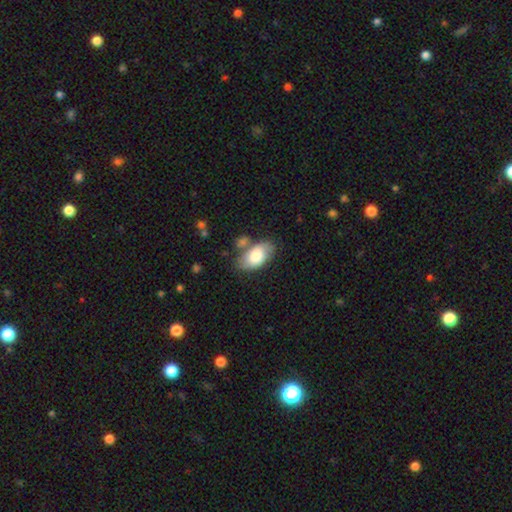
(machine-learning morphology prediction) A smooth galaxy with no disk features (71%) that is in between round and cigar-shaped (94%).

Vote fractions:
- Smooth or featured? smooth: 71% / featured or disk: 23% / star or artifact: 6%
- How rounded? in between: 94% / round: 5% / cigar-shaped: 2%
- Merging? none: 56% / minor disturbance: 22% / merger: 15% / major disturbance: 7%